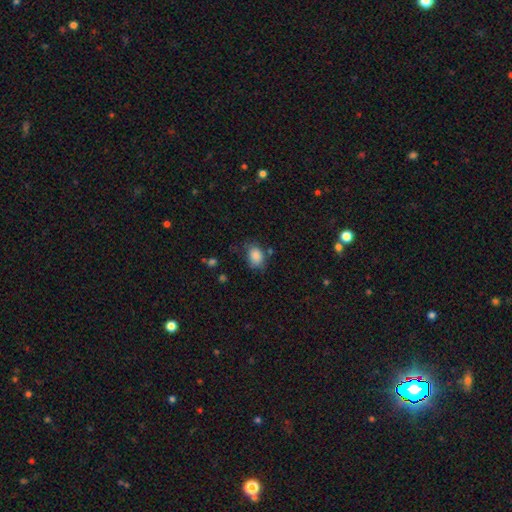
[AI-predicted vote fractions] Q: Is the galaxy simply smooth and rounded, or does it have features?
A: smooth — 86%.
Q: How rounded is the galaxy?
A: in between — 71%.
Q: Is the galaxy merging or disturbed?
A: none — 64%.